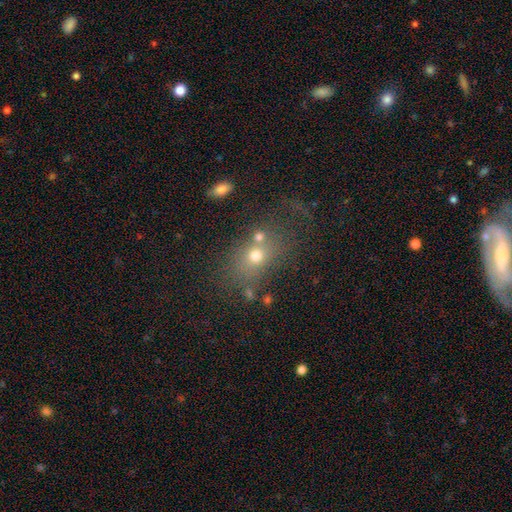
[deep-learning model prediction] Morphology: type=smooth (62%); roundness=in between (50%); merging=none (48%).